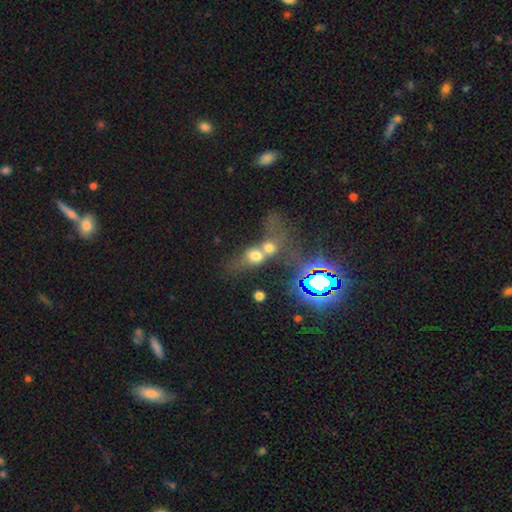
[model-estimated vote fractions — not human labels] The model was most divided on "how rounded" (2-way tie): round: 48%, in between: 48%, cigar-shaped: 4%. More confident: merging — merger (67%); smooth or featured — smooth (60%).